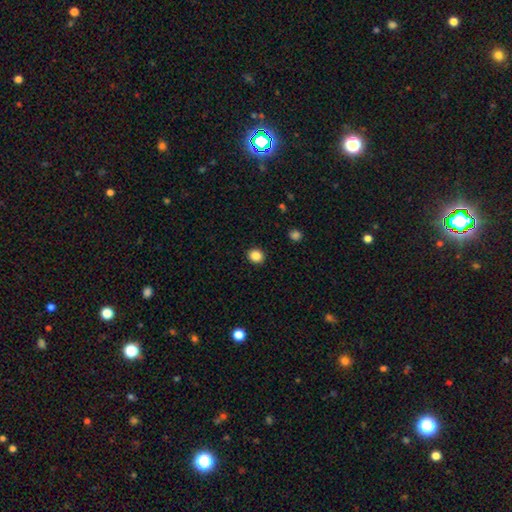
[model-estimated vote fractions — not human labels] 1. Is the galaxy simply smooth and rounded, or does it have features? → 86% smooth, 10% star or artifact, 3% featured or disk.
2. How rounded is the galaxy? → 79% round, 20% in between, 1% cigar-shaped.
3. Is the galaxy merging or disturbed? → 92% none, 5% minor disturbance, 2% major disturbance, 1% merger.